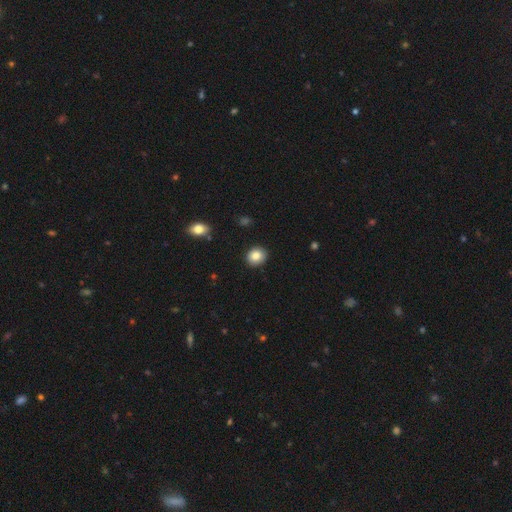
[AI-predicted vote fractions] Morphology: type=smooth (85%); roundness=round (73%); merging=none (90%).